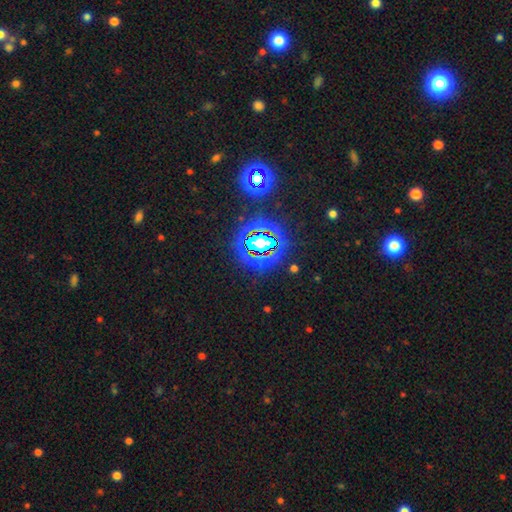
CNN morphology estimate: Overall: star or artifact (82%).